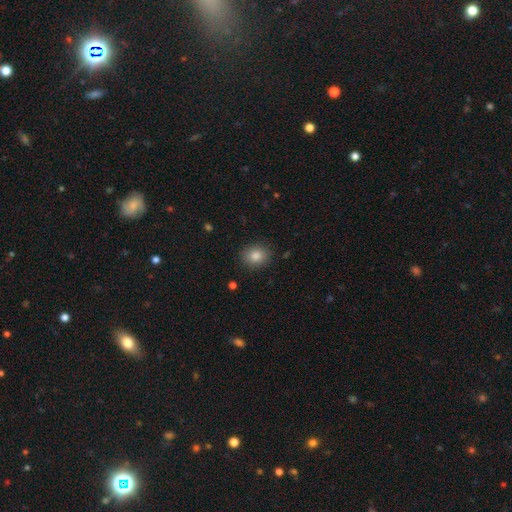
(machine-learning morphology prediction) A smooth galaxy with no disk features (84%) that is round (60%). Merging: none (88%).